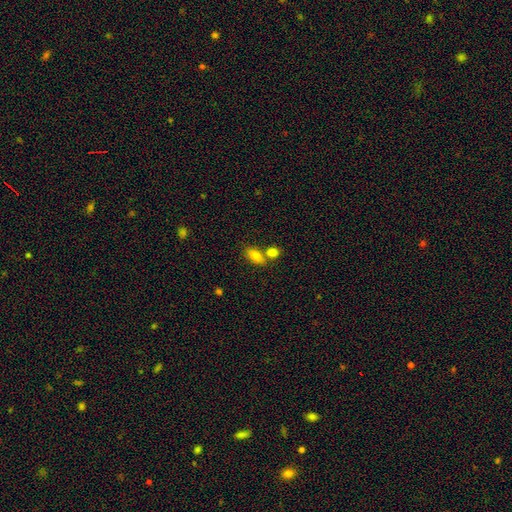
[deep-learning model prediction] Smooth or featured? Predicted: smooth (p=0.81). How rounded? Predicted: in between (p=0.84). Merging? Predicted: none (p=0.54).